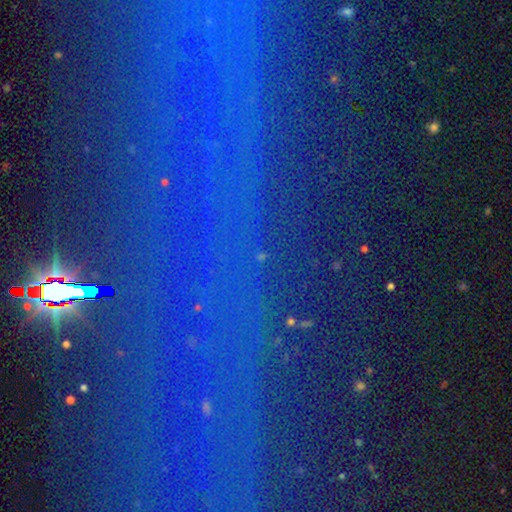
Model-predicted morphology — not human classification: This appears to be a star or artifact, not a galaxy (84%).